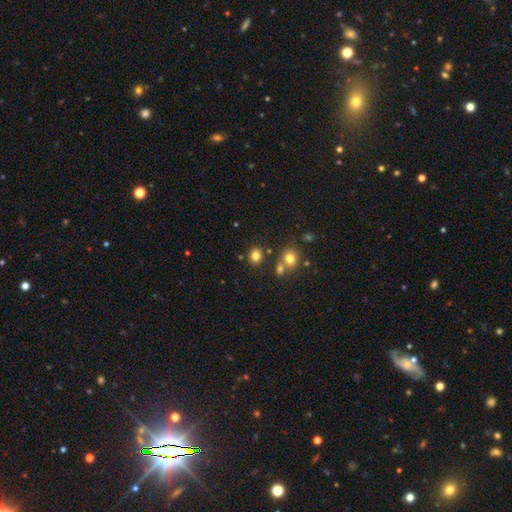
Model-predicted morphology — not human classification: A smooth galaxy with no disk features (80%) that is round (70%). Merging: none (78%).